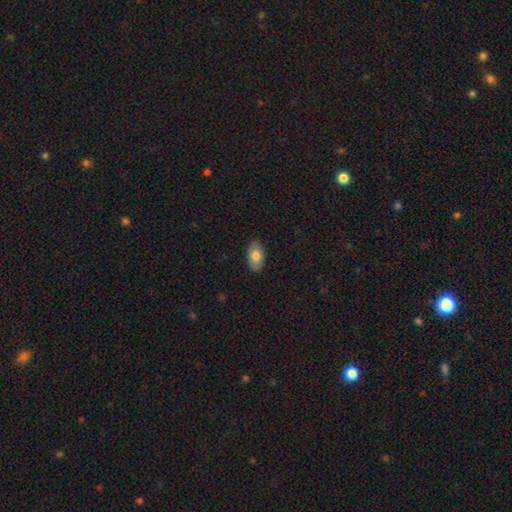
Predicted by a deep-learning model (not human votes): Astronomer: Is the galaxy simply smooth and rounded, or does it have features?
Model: smooth — 76%.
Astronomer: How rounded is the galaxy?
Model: in between — 93%.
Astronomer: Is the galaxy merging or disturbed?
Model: none — 88%.